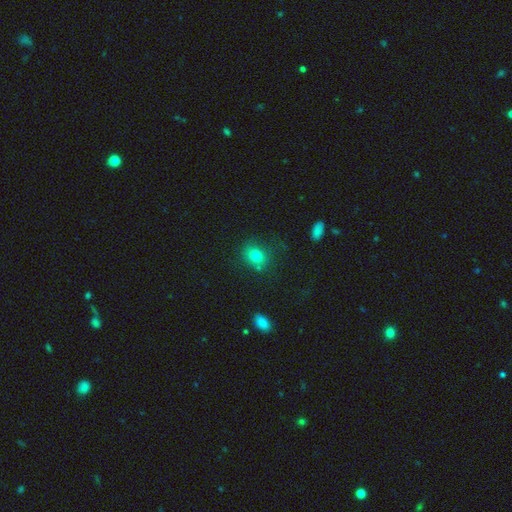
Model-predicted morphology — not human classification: A smooth galaxy with no disk features (76%) that is round (61%). Merging: none (73%).